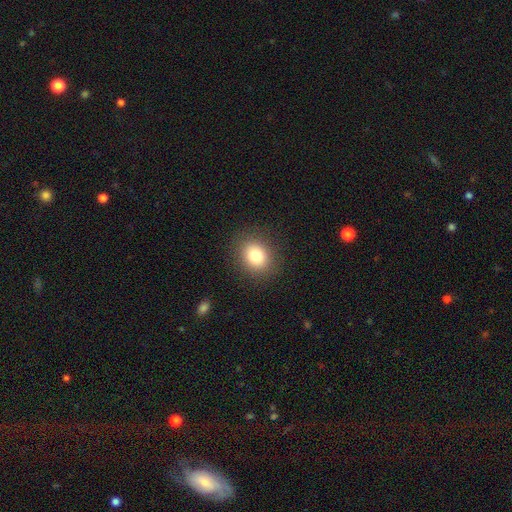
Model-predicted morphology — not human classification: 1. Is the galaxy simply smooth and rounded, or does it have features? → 81% smooth, 11% star or artifact, 8% featured or disk.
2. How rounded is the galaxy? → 65% round, 35% in between, 1% cigar-shaped.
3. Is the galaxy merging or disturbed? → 89% none, 7% minor disturbance, 3% major disturbance, 1% merger.